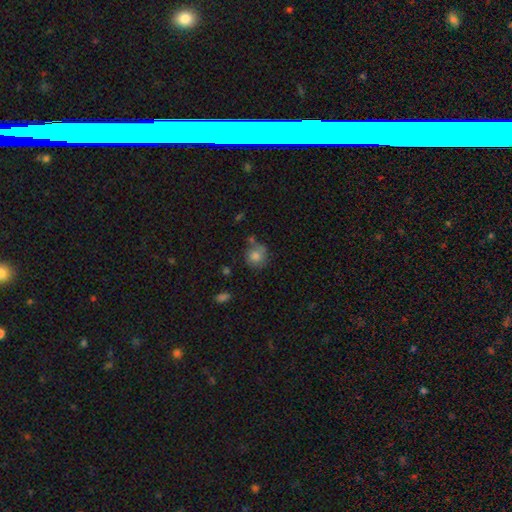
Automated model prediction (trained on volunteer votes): Smooth or featured? Predicted: smooth (p=0.77). How rounded? Predicted: round (p=0.84). Merging? Predicted: none (p=0.59).